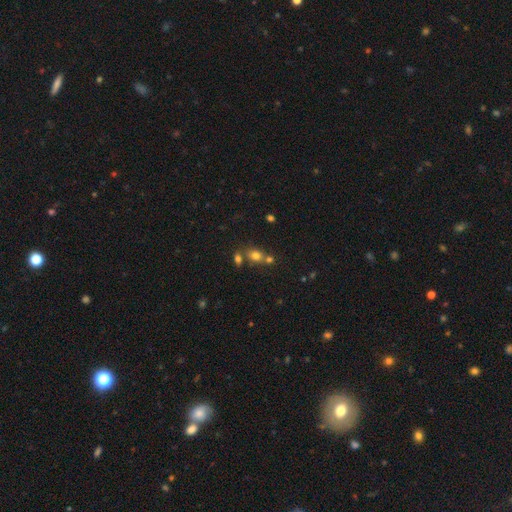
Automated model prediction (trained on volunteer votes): The model was most divided on "how rounded": in between: 53%, round: 45%, cigar-shaped: 2%. More confident: smooth or featured — smooth (74%); merging — none (52%).